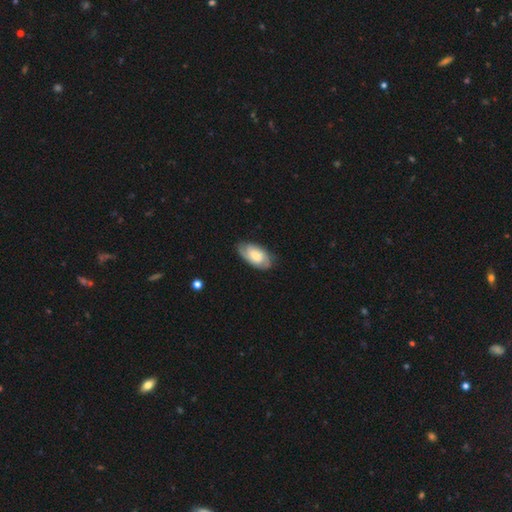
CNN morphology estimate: The model was most divided on "smooth or featured": featured or disk: 56%, smooth: 39%, star or artifact: 6%. Remaining: edge-on disk — no (94%); spiral arms — yes (88%); merging — none (79%); bar — no (58%); bulge size — moderate (49%).